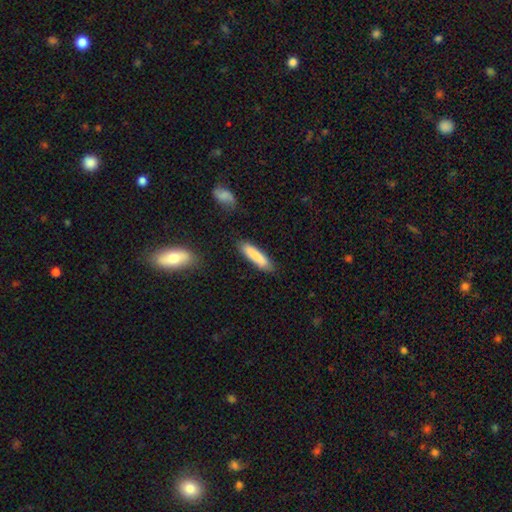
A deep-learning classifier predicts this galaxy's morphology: smooth 84%, featured or disk 10%, star or artifact 6%. Down the decision tree: how rounded — cigar-shaped (79%); merging — none (84%).